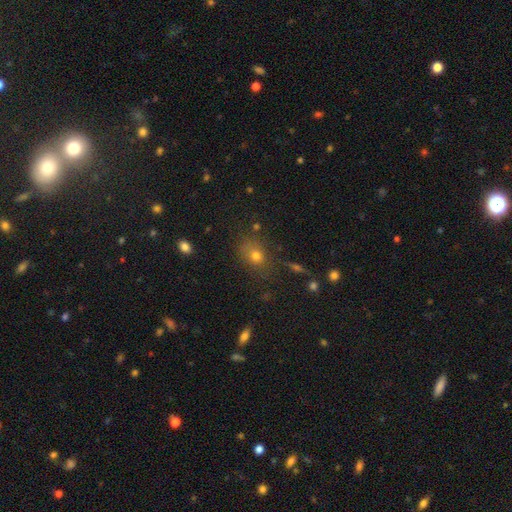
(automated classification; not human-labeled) Smooth or featured? smooth (71%)
How rounded? round (53%)
Merging? none (70%)